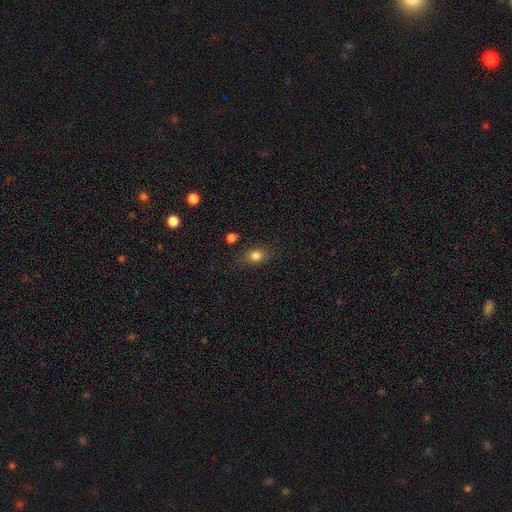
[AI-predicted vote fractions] This appears to be a smooth galaxy with no disk features (80%) that is in between round and cigar-shaped (53%). Merging: none (79%).